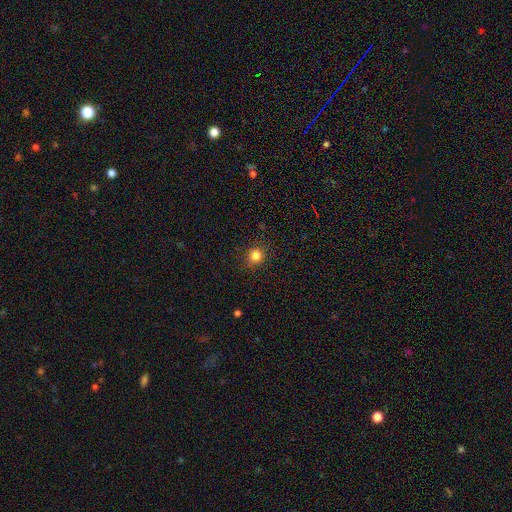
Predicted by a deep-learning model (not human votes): Smooth or featured? smooth (83%)
How rounded? round (89%)
Merging? none (87%)